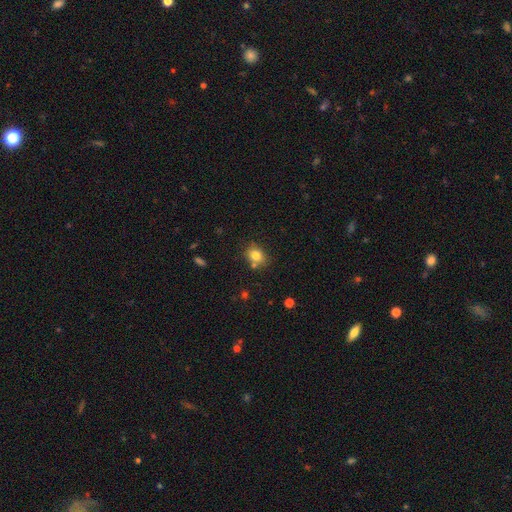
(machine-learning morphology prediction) A smooth galaxy with no disk features (80%) that is round (49%, tied with in between).

Vote fractions:
- Smooth or featured? smooth: 80% / star or artifact: 11% / featured or disk: 10%
- How rounded? round: 49% (tied) / in between: 49% (tied) / cigar-shaped: 1%
- Merging? none: 68% / minor disturbance: 15% / merger: 13% / major disturbance: 4%